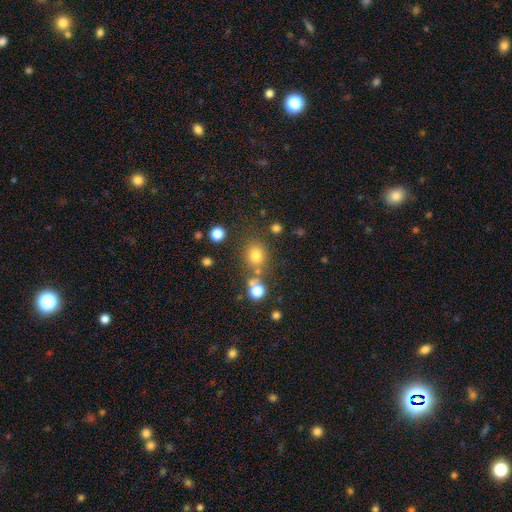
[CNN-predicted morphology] smooth_or_featured: smooth (p=0.75) [alt: star or artifact p=0.17]
how_rounded: round (p=0.74) [alt: in between p=0.25]
merging: none (p=0.70) [alt: merger p=0.13]